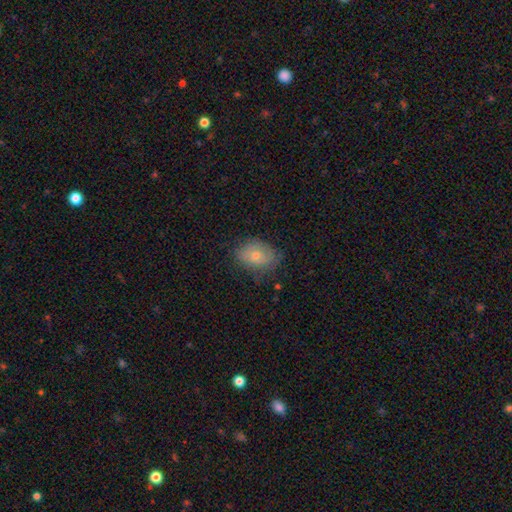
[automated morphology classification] Smooth or featured? Predicted: smooth (p=0.66). How rounded? Predicted: in between (p=0.74). Merging? Predicted: none (p=0.73).